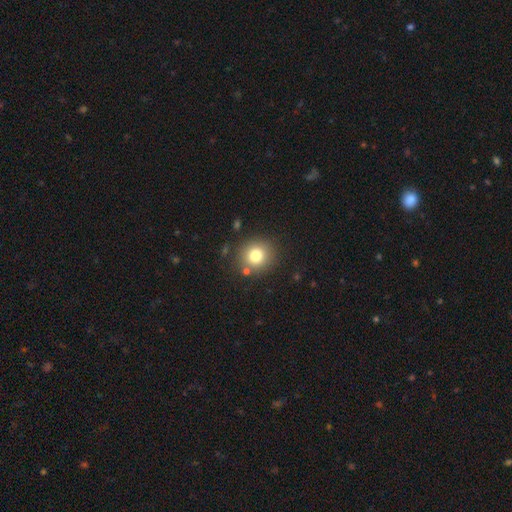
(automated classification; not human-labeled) A smooth galaxy with no disk features (78%) that is round (88%).

Vote fractions:
- Smooth or featured? smooth: 78% / star or artifact: 13% / featured or disk: 10%
- How rounded? round: 88% / in between: 11% / cigar-shaped: 1%
- Merging? none: 84% / minor disturbance: 8% / merger: 4% / major disturbance: 3%